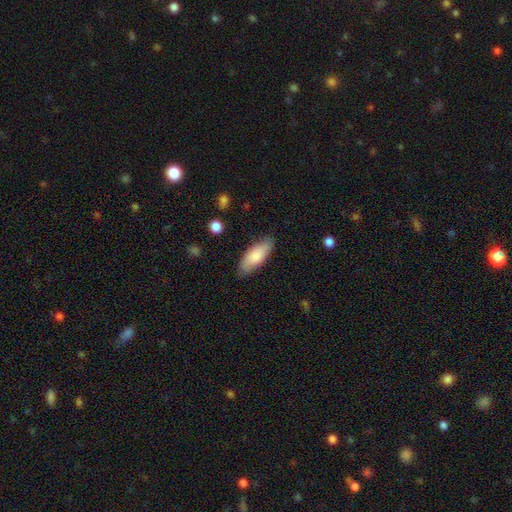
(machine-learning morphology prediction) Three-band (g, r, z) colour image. It shows a smooth galaxy with no disk features (78%) that is in between round and cigar-shaped (73%). Merging: none (81%).